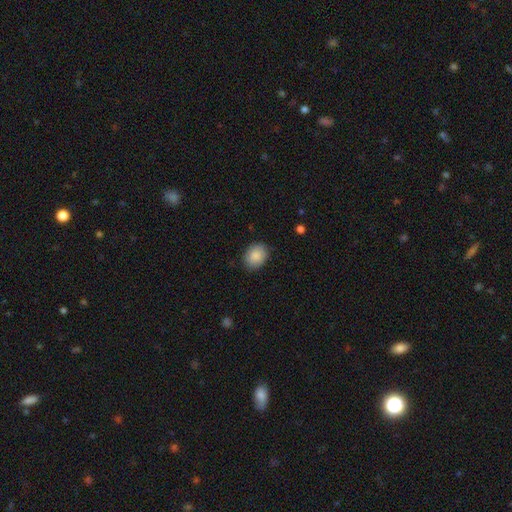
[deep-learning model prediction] A smooth galaxy with no disk features (88%) that is in between round and cigar-shaped (62%).

Vote fractions:
- Smooth or featured? smooth: 88% / star or artifact: 7% / featured or disk: 5%
- How rounded? in between: 62% / round: 37% / cigar-shaped: 1%
- Merging? none: 85% / minor disturbance: 11% / major disturbance: 2% / merger: 1%